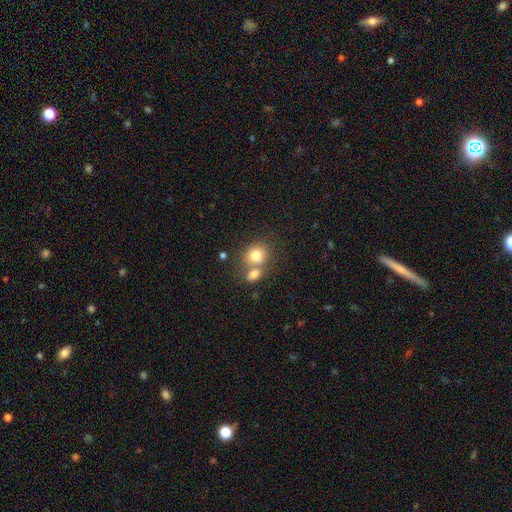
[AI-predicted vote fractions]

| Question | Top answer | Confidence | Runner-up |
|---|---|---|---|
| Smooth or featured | smooth | 77% | featured or disk (13%) |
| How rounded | round | 60% | in between (39%) |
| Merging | merger | 50% | none (37%) |